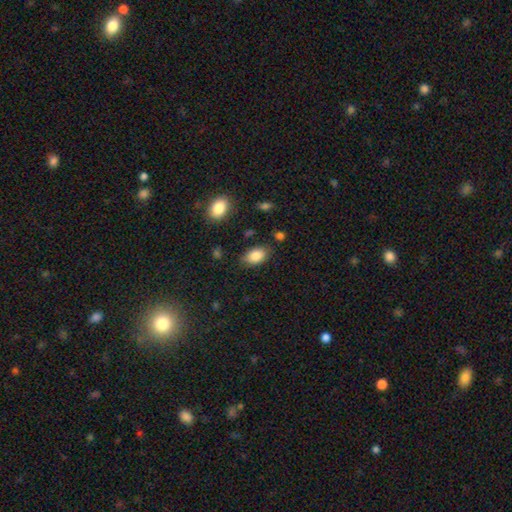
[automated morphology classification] smooth-or-featured: smooth: 85% | star or artifact: 7% | featured or disk: 7%
  how-rounded: in between: 91% | round: 8% | cigar-shaped: 2%
  merging: none: 80% | minor disturbance: 14% | major disturbance: 3% | merger: 2%